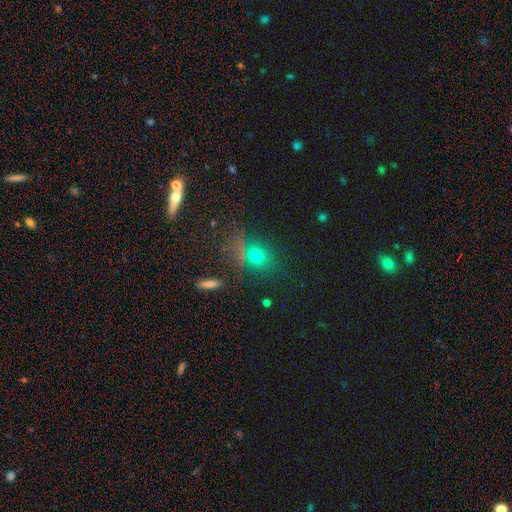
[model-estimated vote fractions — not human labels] The model was most divided on "how rounded": round: 67%, in between: 30%, cigar-shaped: 3%. More confident: merging — none (72%); smooth or featured — smooth (66%).